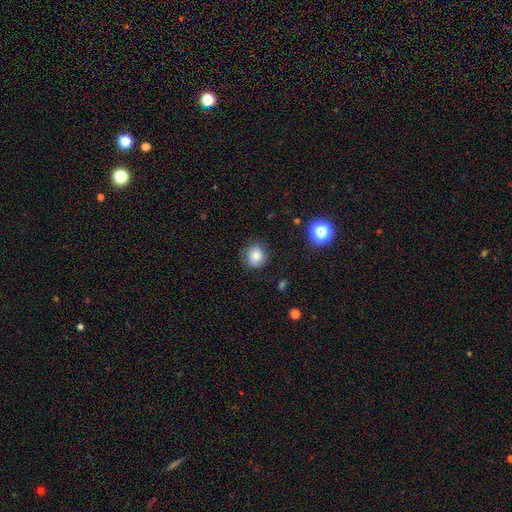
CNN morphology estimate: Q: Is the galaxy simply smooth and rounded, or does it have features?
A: smooth — 81%.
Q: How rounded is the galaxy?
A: round — 81%.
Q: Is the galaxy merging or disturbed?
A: none — 81%.